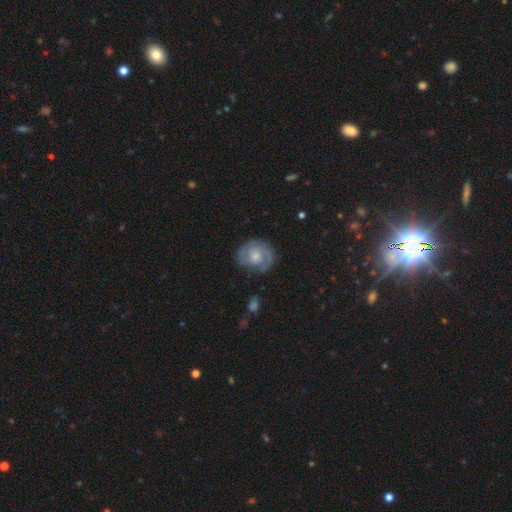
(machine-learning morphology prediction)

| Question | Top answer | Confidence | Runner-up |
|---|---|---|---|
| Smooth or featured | featured or disk | 66% | smooth (28%) |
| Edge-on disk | no | 98% | yes (2%) |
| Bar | no | 71% | weak (26%) |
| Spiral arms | yes | 88% | no (12%) |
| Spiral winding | tight | 55% | medium (34%) |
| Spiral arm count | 2 | 56% | can't tell (20%) |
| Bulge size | small | 44% | moderate (43%) |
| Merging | none | 72% | minor disturbance (18%) |